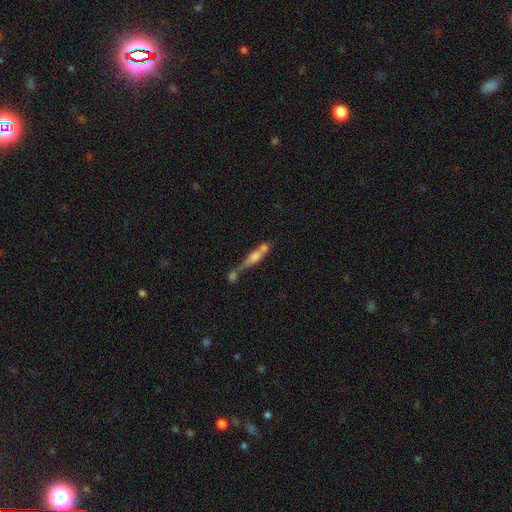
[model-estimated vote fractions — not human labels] smooth_or_featured: smooth (p=0.49) [alt: featured or disk p=0.42]
merging: merger (p=0.53) [alt: none p=0.25]